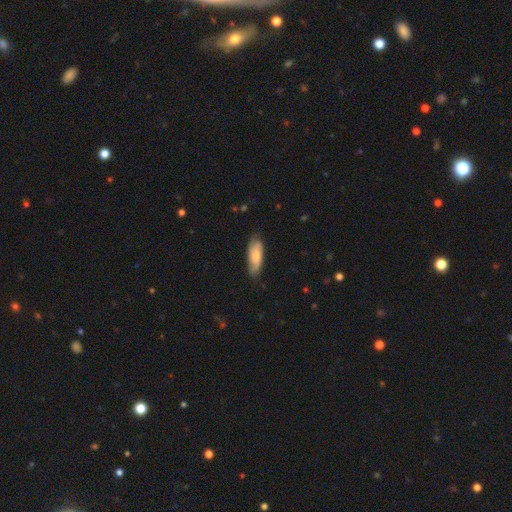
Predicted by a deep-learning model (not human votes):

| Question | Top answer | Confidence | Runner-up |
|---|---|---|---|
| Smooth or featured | smooth | 66% | featured or disk (28%) |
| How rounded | in between | 65% | cigar-shaped (33%) |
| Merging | none | 69% | minor disturbance (25%) |